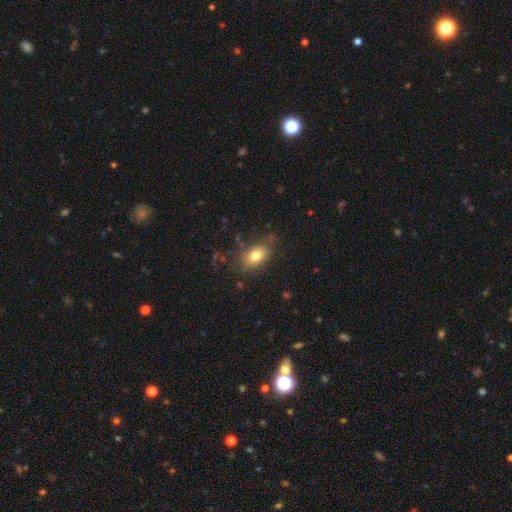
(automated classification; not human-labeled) This is likely a smooth galaxy (79%). How rounded: clearly in between (85%). Merging: likely none (74%).